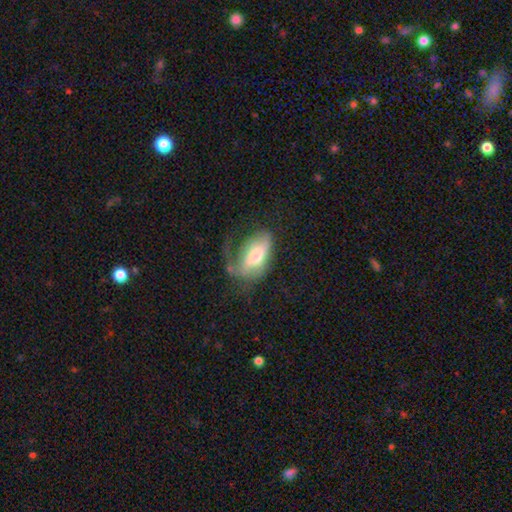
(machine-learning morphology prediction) Smooth or featured?
  - smooth: 53% *
  - featured or disk: 40%
  - star or artifact: 7%
How rounded?
  - in between: 85% *
  - cigar-shaped: 11%
  - round: 4%
Merging?
  - major disturbance: 38% *
  - none: 30%
  - minor disturbance: 27%
  - merger: 5%